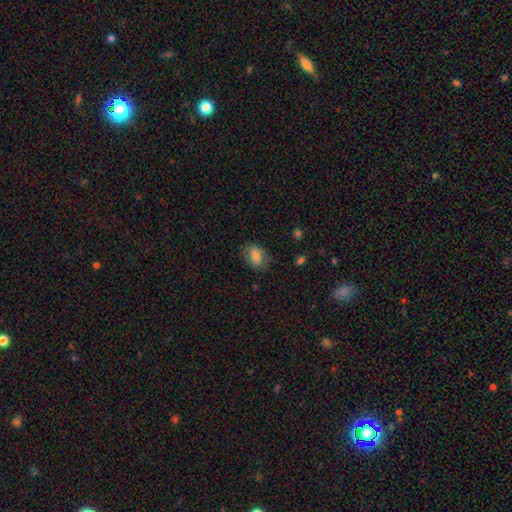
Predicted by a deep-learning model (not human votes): smooth_or_featured: smooth (p=0.77) [alt: featured or disk p=0.14]
how_rounded: in between (p=0.72) [alt: round p=0.26]
merging: none (p=0.74) [alt: minor disturbance p=0.19]